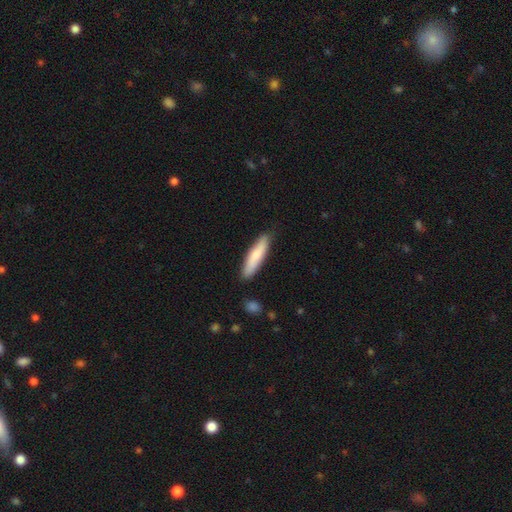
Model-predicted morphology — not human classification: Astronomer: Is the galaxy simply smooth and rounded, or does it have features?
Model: smooth — 76%.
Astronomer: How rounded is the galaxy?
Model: cigar-shaped — 76%.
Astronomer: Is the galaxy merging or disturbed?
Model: none — 84%.